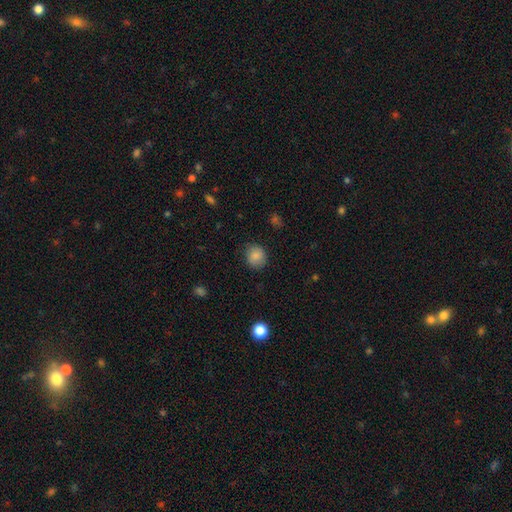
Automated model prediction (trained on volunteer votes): smooth_or_featured: smooth (p=0.84) [alt: star or artifact p=0.09]
how_rounded: round (p=0.75) [alt: in between p=0.24]
merging: none (p=0.84) [alt: minor disturbance p=0.12]